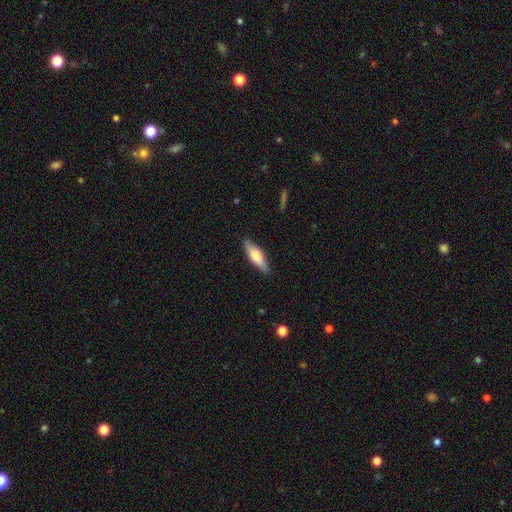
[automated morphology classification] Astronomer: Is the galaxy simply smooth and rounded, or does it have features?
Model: smooth — 61%.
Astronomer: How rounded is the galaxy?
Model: cigar-shaped — 54% (runner-up: in between, 44%).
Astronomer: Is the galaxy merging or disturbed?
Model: none — 87%.